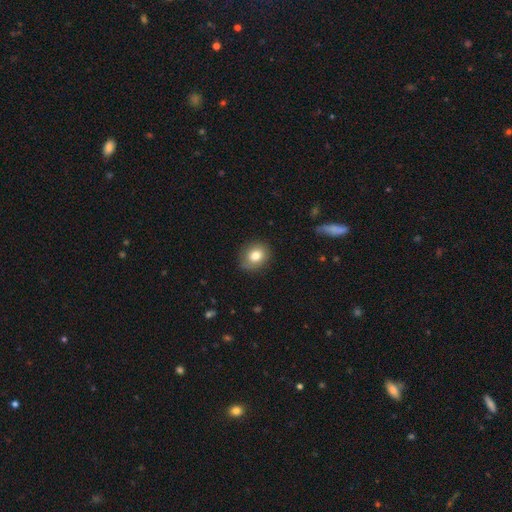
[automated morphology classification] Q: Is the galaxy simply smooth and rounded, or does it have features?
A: smooth — 79%.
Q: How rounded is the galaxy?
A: round — 63%.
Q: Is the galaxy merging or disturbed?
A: none — 83%.